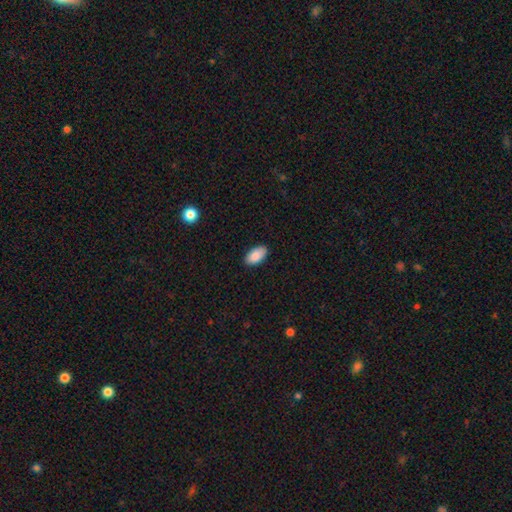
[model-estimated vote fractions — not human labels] Smooth or featured: smooth — 88% (star or artifact — 7%)
How rounded: in between — 95% (round — 3%)
Merging: none — 87% (minor disturbance — 10%)